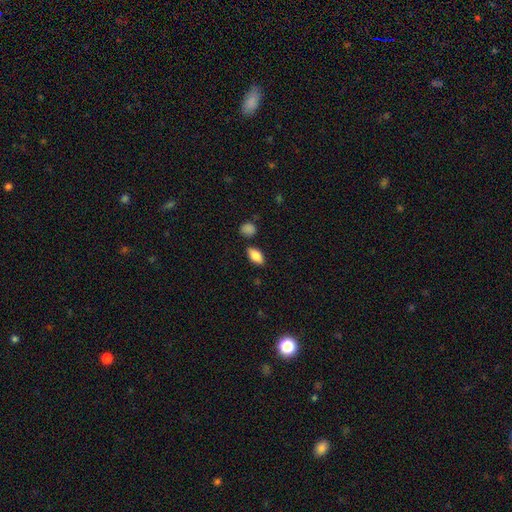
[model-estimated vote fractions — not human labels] Smooth or featured?
  - smooth: 83% *
  - featured or disk: 10%
  - star or artifact: 7%
How rounded?
  - in between: 90% *
  - cigar-shaped: 6%
  - round: 4%
Merging?
  - none: 83% *
  - minor disturbance: 11%
  - merger: 3%
  - major disturbance: 2%